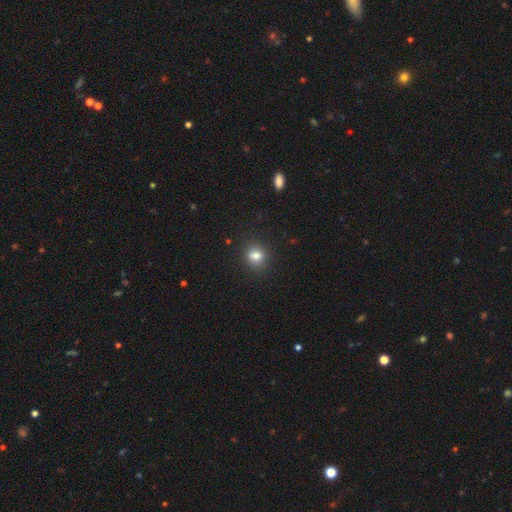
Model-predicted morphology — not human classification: A smooth galaxy with no disk features (80%) that is round (73%). Merging: none (80%).